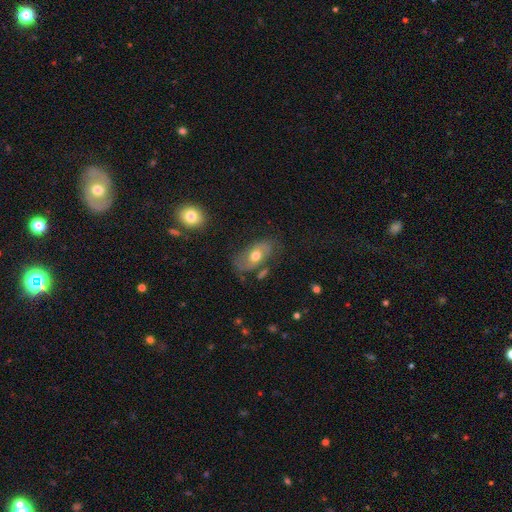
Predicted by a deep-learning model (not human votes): Smooth or featured? featured or disk (46%)
Merging? none (61%)